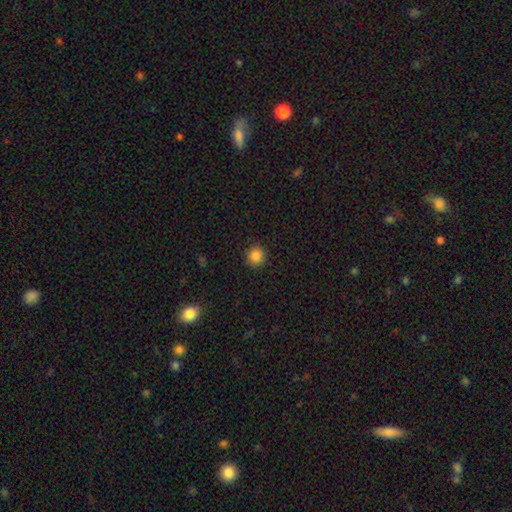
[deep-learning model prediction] Morphology: type=smooth (86%); roundness=round (92%); merging=none (91%).